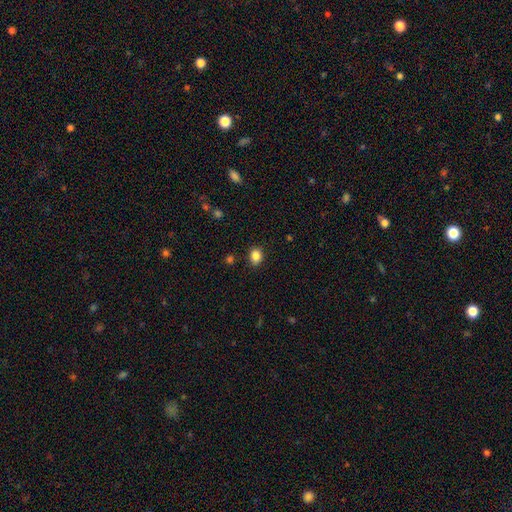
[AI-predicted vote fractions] Overall: smooth (85%). How rounded: round (56%; in between 43%). Merging: none (85%).